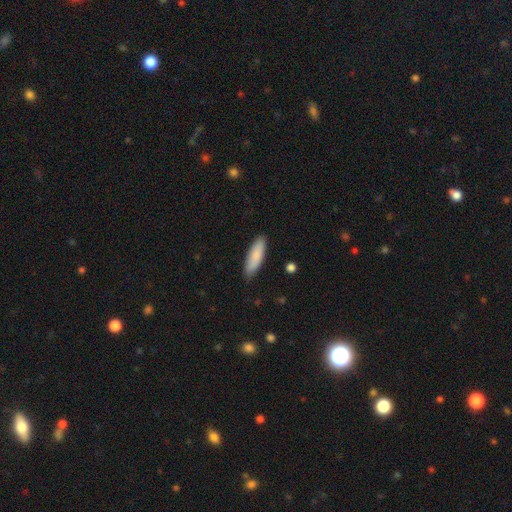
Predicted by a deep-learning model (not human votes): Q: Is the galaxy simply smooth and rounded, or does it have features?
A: smooth — 86%.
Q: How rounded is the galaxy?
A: cigar-shaped — 56%.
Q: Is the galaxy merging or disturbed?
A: none — 87%.